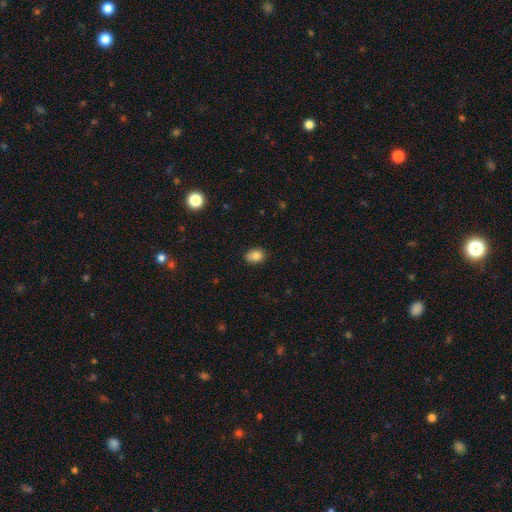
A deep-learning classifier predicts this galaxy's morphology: smooth-or-featured: smooth: 84% | star or artifact: 9% | featured or disk: 7%
  how-rounded: in between: 71% | round: 28% | cigar-shaped: 1%
  merging: none: 84% | minor disturbance: 13% | major disturbance: 2% | merger: 1%